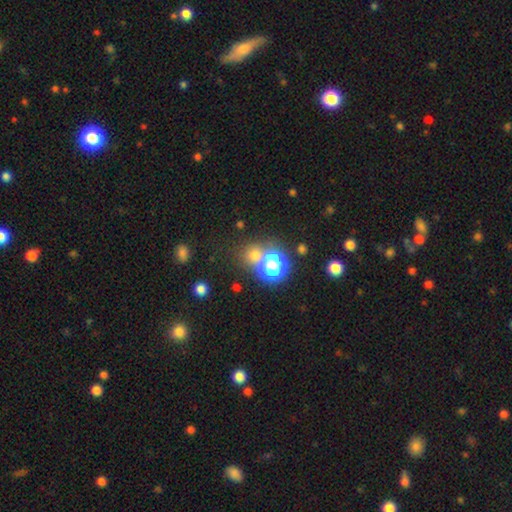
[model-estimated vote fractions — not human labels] The model was most divided on "smooth or featured": smooth: 63%, star or artifact: 29%, featured or disk: 8%. More confident: how rounded — round (86%); merging — none (64%).